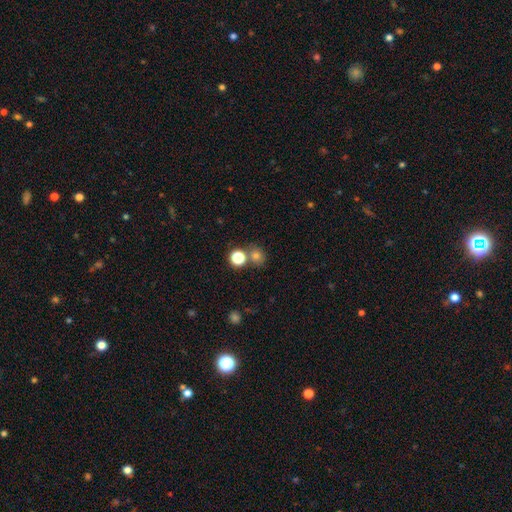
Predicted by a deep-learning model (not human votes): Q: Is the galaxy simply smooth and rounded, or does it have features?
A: smooth — 74%.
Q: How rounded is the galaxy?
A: round — 82%.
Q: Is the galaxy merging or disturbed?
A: none — 67%.